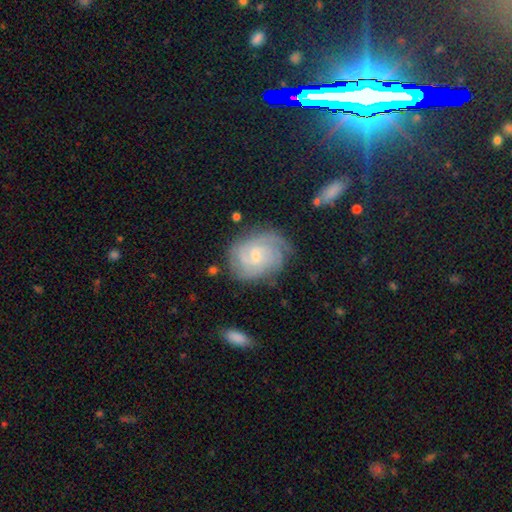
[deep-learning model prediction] smooth-or-featured: featured or disk: 78% | smooth: 15% | star or artifact: 7%
  disk-edge-on: no: 97% | yes: 3%
    bar: no: 60% | weak: 34% | strong: 5%
    has-spiral-arms: yes: 95% | no: 5%
      spiral-winding: tight: 68% | medium: 25% | loose: 6%
      spiral-arm-count: can't tell: 35% | 3: 21% | 2: 19% | 4: 14% | more than 4: 6% | 1: 5%
    bulge-size: small: 67% | moderate: 28% | none: 2% | large: 2% | dominant: 1%
  merging: none: 73% | minor disturbance: 19% | major disturbance: 7% | merger: 2%